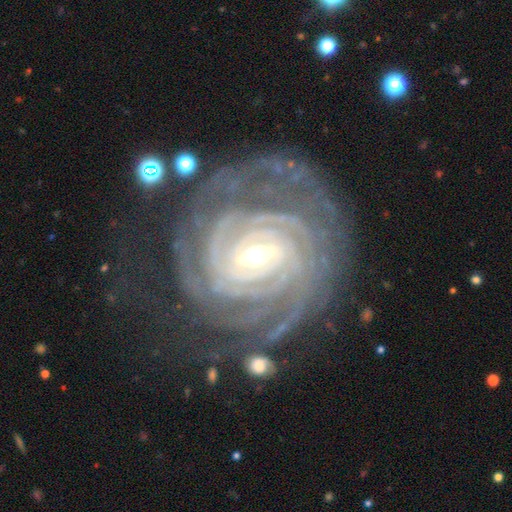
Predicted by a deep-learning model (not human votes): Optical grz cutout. It shows a featured or disk galaxy (93%) with a strong bar (48%), 4 (26%) tight (87%) spiral arms (99%) and a small central bulge (51%). Merging: none (72%).